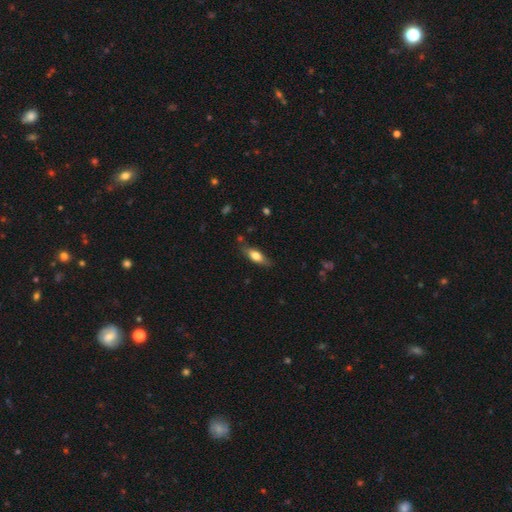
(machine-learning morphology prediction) smooth-or-featured: smooth: 66% | featured or disk: 27% | star or artifact: 7%
  how-rounded: in between: 66% | cigar-shaped: 31% | round: 3%
  merging: none: 77% | minor disturbance: 17% | major disturbance: 4% | merger: 3%